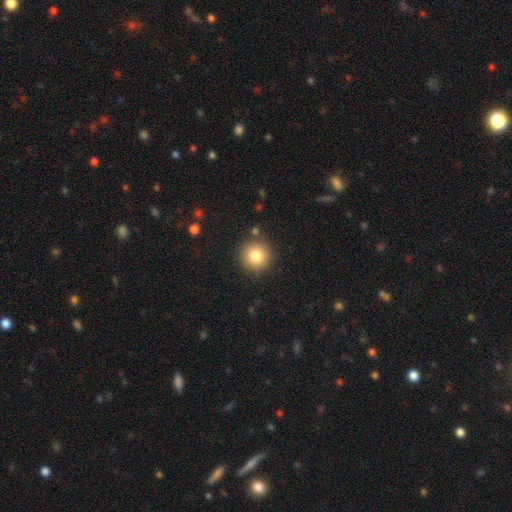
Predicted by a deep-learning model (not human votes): Smooth or featured? Predicted: smooth (p=0.82). How rounded? Predicted: round (p=0.95). Merging? Predicted: none (p=0.88).